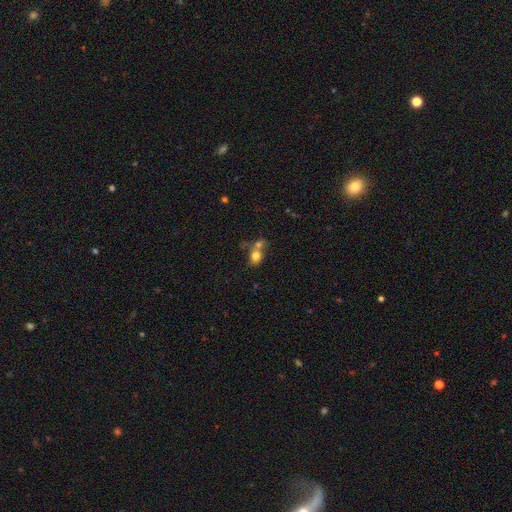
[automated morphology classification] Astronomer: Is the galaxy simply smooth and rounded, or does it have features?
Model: smooth — 77%.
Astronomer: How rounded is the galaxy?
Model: round — 60% (runner-up: in between, 39%).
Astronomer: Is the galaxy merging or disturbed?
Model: merger — 49% (runner-up: none, 36%).